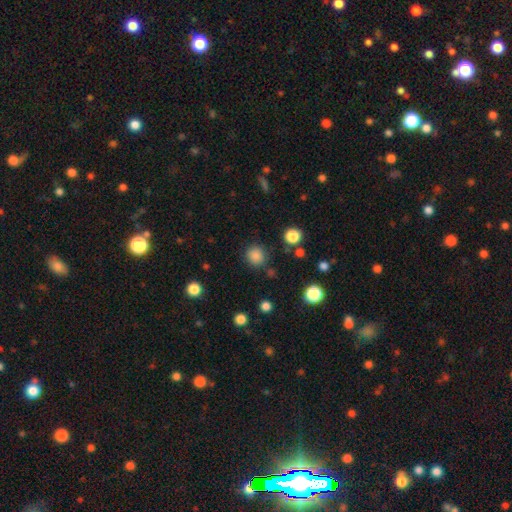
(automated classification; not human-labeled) Overall: smooth (84%). How rounded: round (91%). Merging: none (86%).